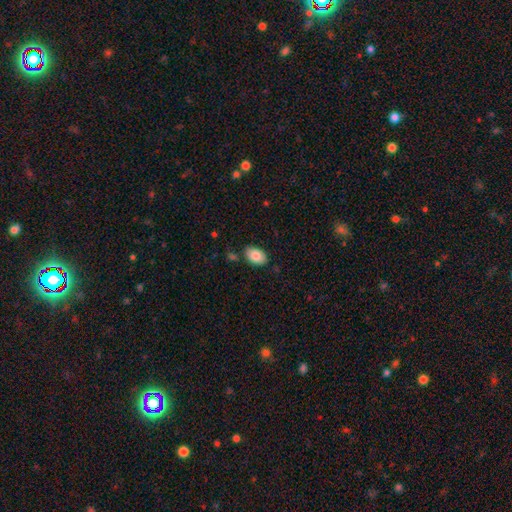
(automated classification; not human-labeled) Q: Smooth or featured?
A: smooth (84%); runner-up: featured or disk (9%)
Q: How rounded?
A: in between (91%); runner-up: round (8%)
Q: Merging?
A: none (83%); runner-up: minor disturbance (12%)